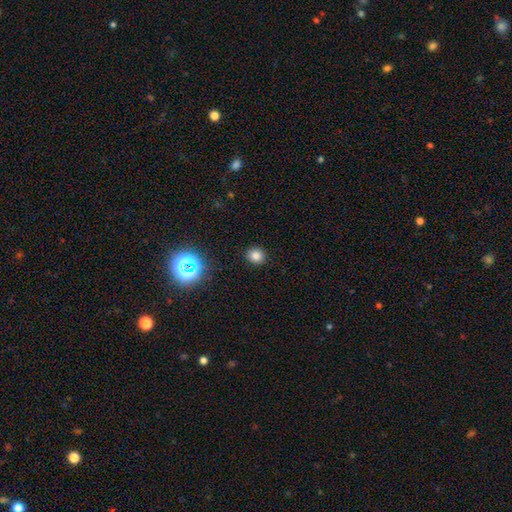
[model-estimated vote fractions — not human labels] A smooth galaxy with no disk features (79%) that is round (87%).

Vote fractions:
- Smooth or featured? smooth: 79% / star or artifact: 16% / featured or disk: 5%
- How rounded? round: 87% / in between: 12% / cigar-shaped: 1%
- Merging? none: 91% / minor disturbance: 6% / major disturbance: 2% / merger: 1%